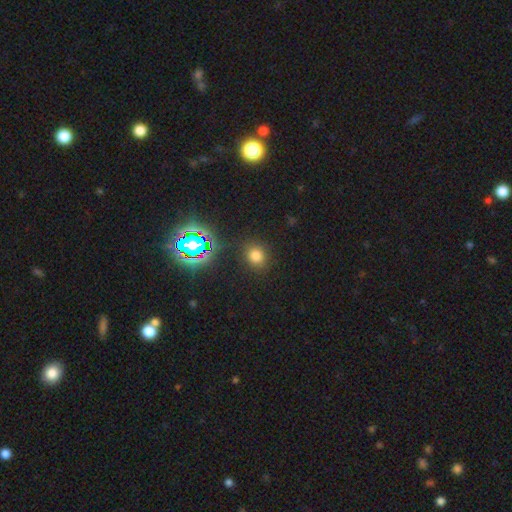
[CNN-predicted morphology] This is likely a smooth galaxy (72%). How rounded: likely round (80%). Merging: clearly none (88%).